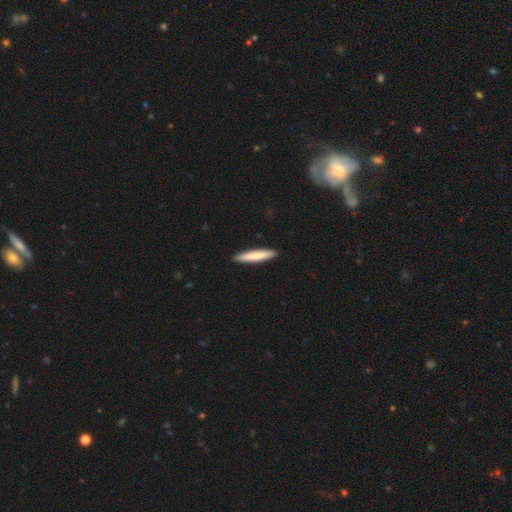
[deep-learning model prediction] A smooth galaxy with no disk features (78%) that is cigar-shaped (91%). Merging: none (92%).